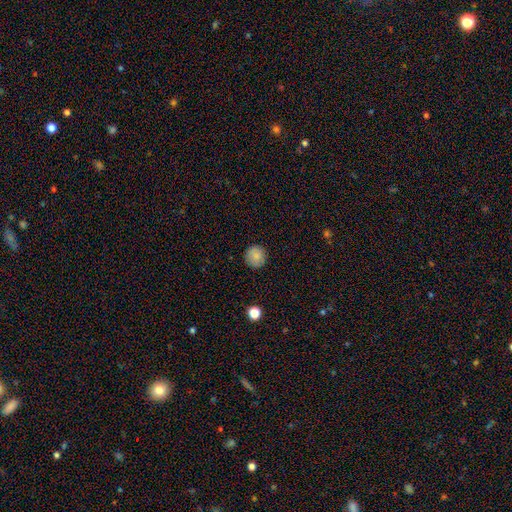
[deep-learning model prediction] This appears to be a smooth galaxy with no disk features (86%) that is round (94%). Merging: none (90%).